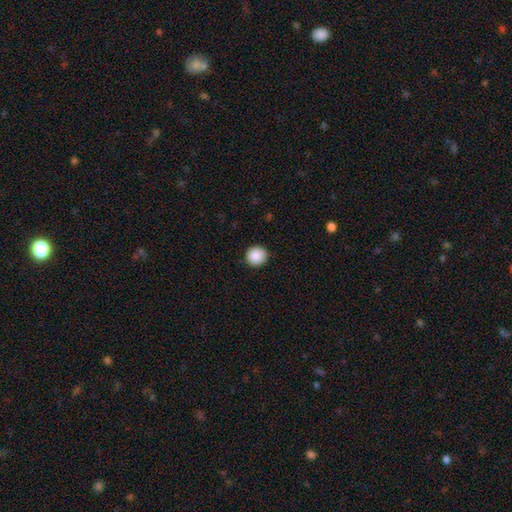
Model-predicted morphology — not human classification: Smooth or featured: smooth — 89% (star or artifact — 8%)
How rounded: round — 95% (in between — 4%)
Merging: none — 92% (minor disturbance — 6%)